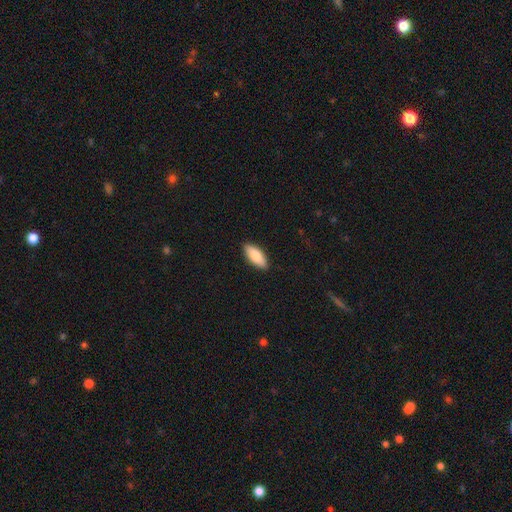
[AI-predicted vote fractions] Smooth or featured? Predicted: smooth (p=0.83). How rounded? Predicted: in between (p=0.80). Merging? Predicted: none (p=0.89).